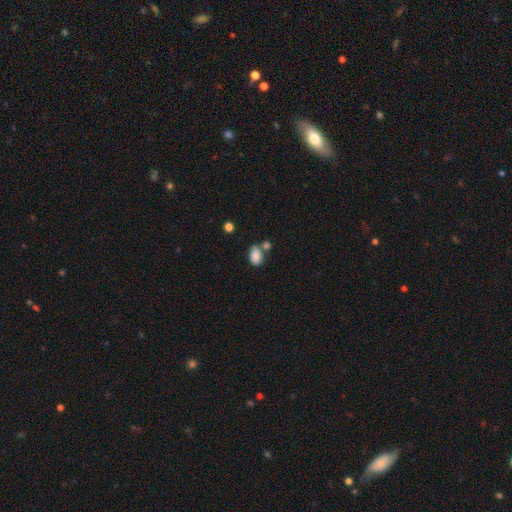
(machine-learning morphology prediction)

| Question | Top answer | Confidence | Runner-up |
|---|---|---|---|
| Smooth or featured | smooth | 85% | star or artifact (8%) |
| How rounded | in between | 88% | round (10%) |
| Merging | none | 54% | merger (26%) |